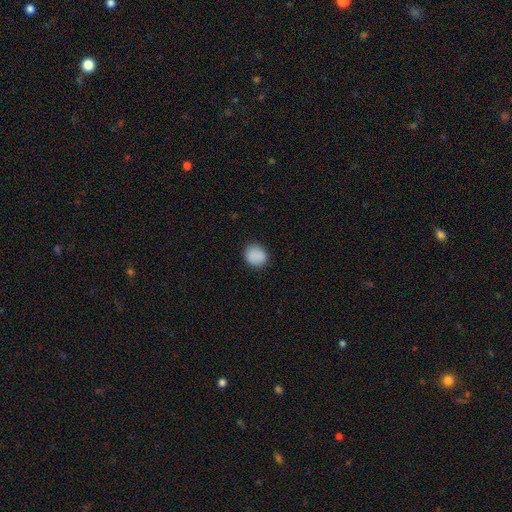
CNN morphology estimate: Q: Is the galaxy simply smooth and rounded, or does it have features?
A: smooth — 88%.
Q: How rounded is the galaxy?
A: round — 82%.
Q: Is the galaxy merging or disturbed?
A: none — 88%.